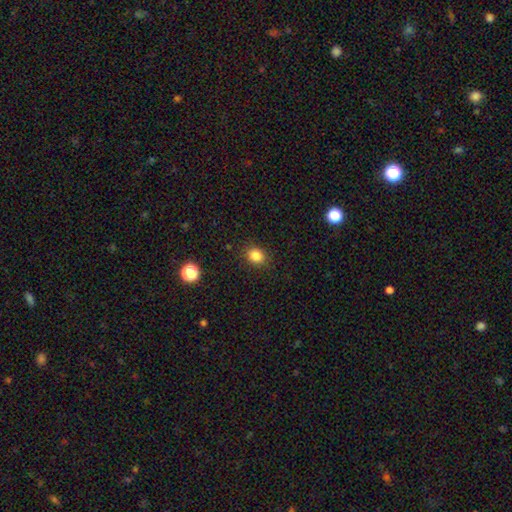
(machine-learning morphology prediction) This is clearly a smooth galaxy (84%). How rounded: possibly round (59%). Merging: clearly none (88%).